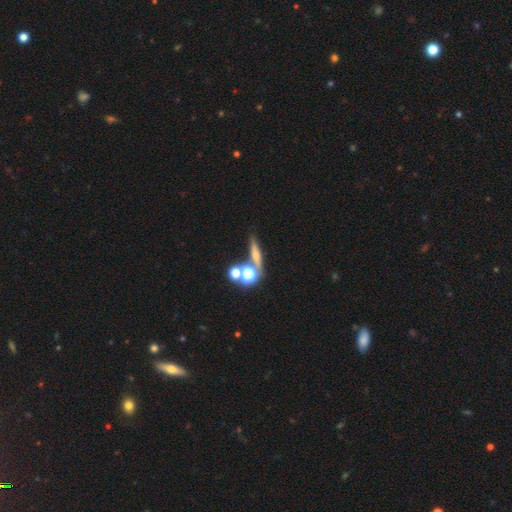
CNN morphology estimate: type=smooth (41%); merging=none (67%).